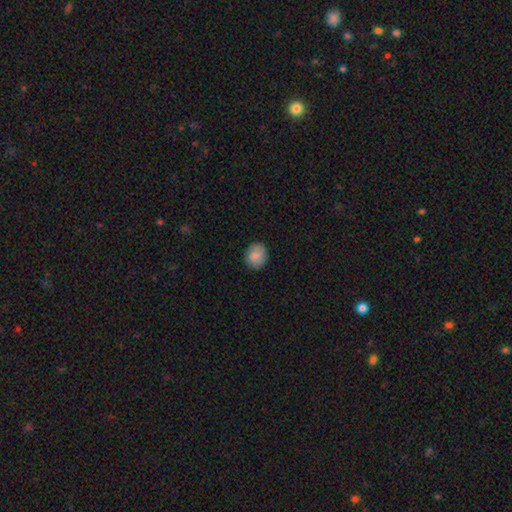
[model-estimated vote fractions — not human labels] Smooth or featured? smooth (82%)
How rounded? round (80%)
Merging? none (88%)